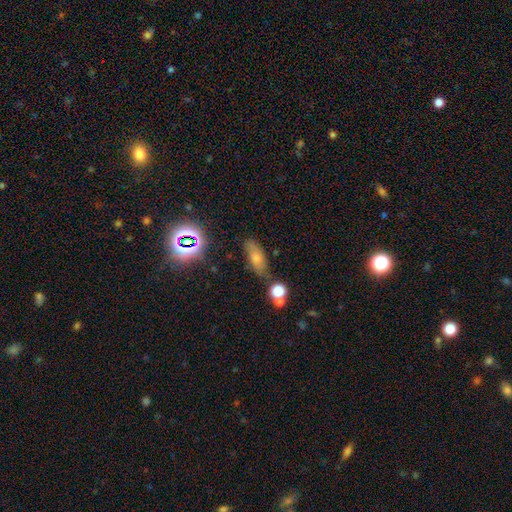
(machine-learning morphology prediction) type=smooth (55%); roundness=in between (63%); merging=none (74%).